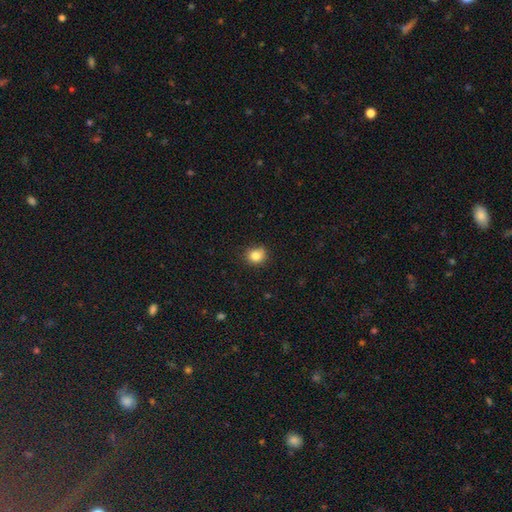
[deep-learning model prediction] The model was most divided on "merging": none: 75%, minor disturbance: 19%, major disturbance: 4%, merger: 3%. More confident: smooth or featured — smooth (82%); how rounded — round (78%).